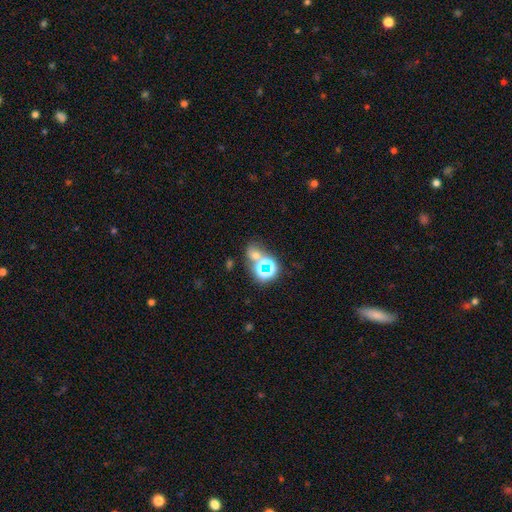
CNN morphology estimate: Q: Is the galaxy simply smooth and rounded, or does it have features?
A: smooth — 45%.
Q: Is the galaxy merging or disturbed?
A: none — 54%.